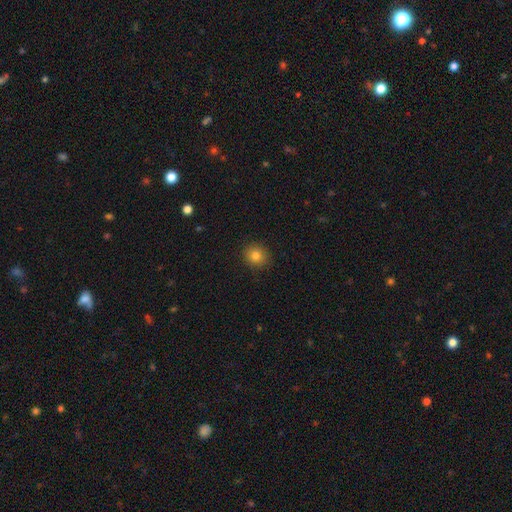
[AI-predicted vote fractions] smooth 80%, star or artifact 12%, featured or disk 7%. Down the decision tree: how rounded — round (85%); merging — none (90%).